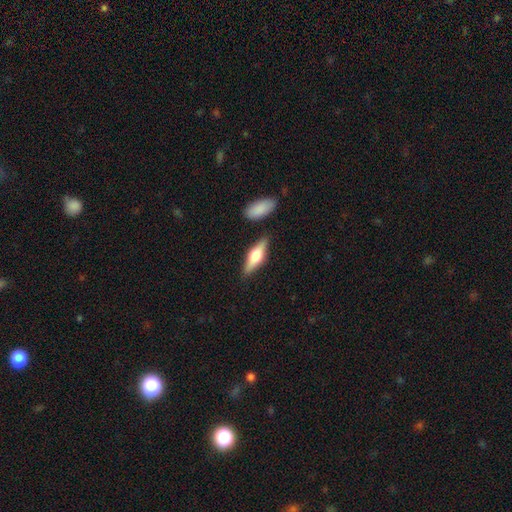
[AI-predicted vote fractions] Smooth or featured? featured or disk (48%)
Merging? none (84%)